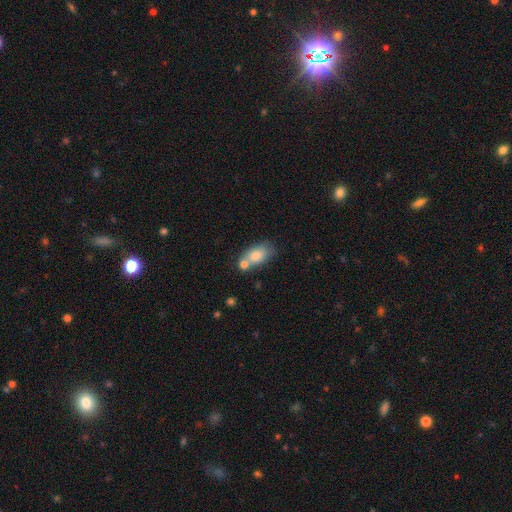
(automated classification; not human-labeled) This is likely a smooth galaxy (78%). How rounded: clearly in between (87%). Merging: possibly none (49%).